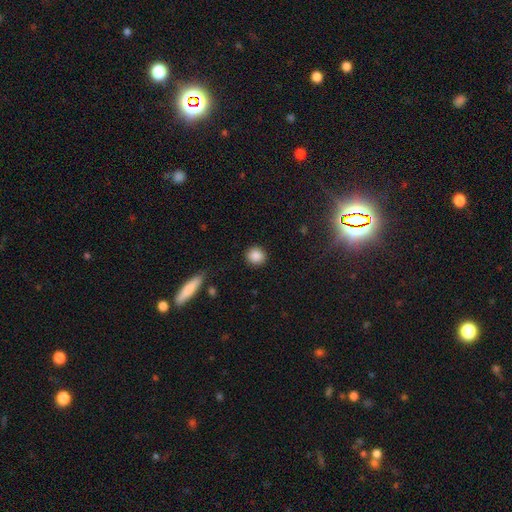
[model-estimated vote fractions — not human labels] Smooth or featured? smooth (87%)
How rounded? round (86%)
Merging? none (89%)